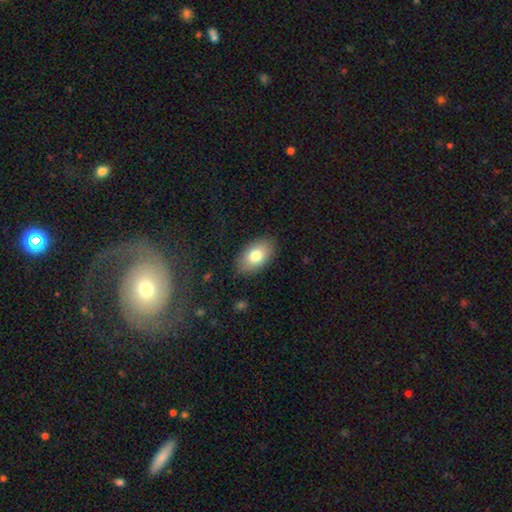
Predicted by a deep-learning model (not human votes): A smooth galaxy with no disk features (78%) that is in between round and cigar-shaped (92%).

Vote fractions:
- Smooth or featured? smooth: 78% / featured or disk: 15% / star or artifact: 7%
- How rounded? in between: 92% / round: 7% / cigar-shaped: 2%
- Merging? none: 86% / minor disturbance: 10% / major disturbance: 3% / merger: 1%